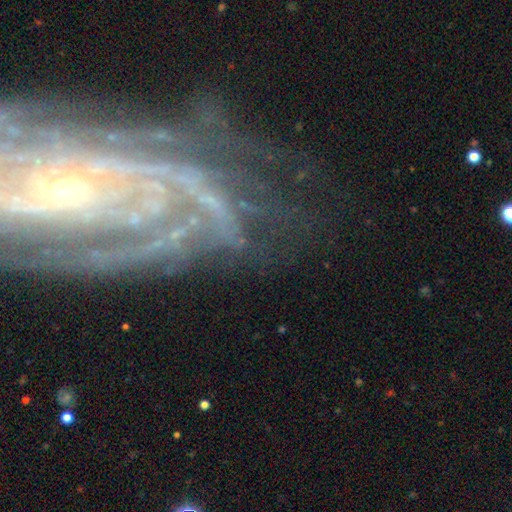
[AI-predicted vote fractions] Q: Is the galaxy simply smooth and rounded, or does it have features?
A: featured or disk — 83%.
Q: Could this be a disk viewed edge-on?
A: no — 95%.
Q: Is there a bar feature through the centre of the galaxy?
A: no — 61%.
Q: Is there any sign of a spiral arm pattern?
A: yes — 92%.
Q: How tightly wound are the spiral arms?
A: tight — 64%.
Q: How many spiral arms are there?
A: can't tell — 30%.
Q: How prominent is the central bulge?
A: small — 77%.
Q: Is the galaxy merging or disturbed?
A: none — 60%.